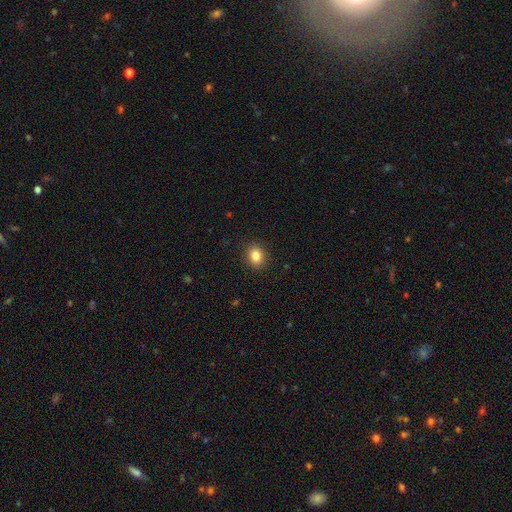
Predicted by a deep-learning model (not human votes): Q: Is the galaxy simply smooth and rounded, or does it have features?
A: smooth — 84%.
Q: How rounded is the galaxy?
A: round — 56%.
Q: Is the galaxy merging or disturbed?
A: none — 90%.